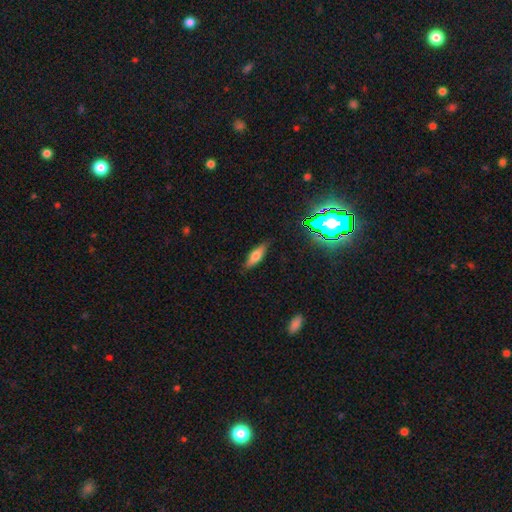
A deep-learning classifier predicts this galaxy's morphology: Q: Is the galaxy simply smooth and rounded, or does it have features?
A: smooth — 63%.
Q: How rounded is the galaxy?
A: in between — 55%.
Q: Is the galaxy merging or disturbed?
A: none — 85%.